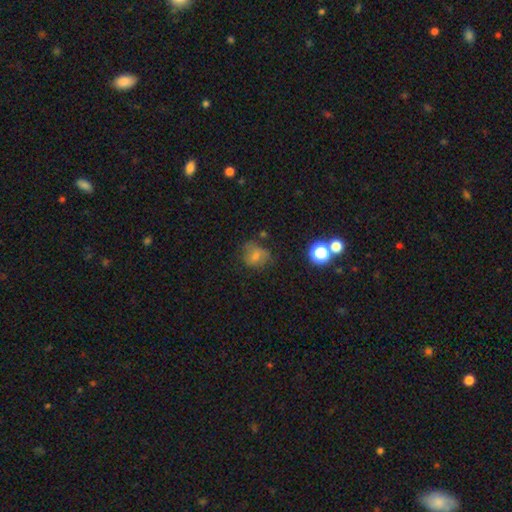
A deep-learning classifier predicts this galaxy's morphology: This is likely a smooth galaxy (63%). How rounded: likely round (61%). Merging: possibly none (53%).